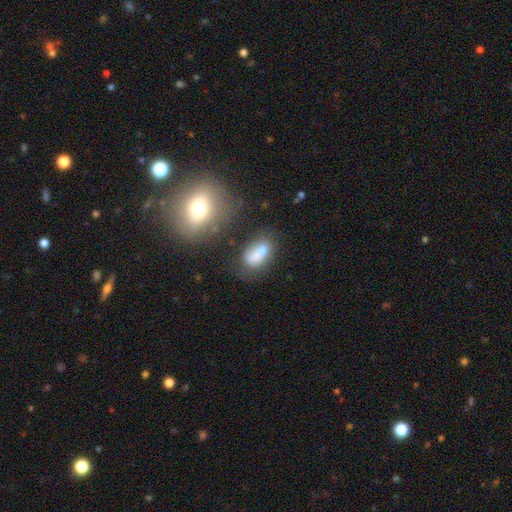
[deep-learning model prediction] Smooth or featured: smooth — 71% (featured or disk — 17%)
How rounded: in between — 85% (round — 9%)
Merging: none — 49% (merger — 21%)